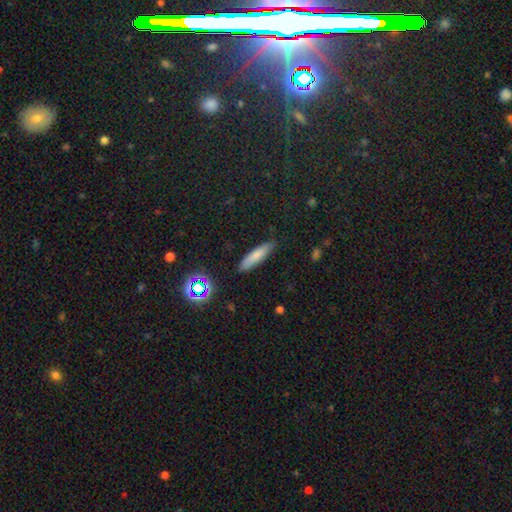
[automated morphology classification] This is likely a smooth galaxy (76%). How rounded: likely cigar-shaped (77%). Merging: clearly none (84%).